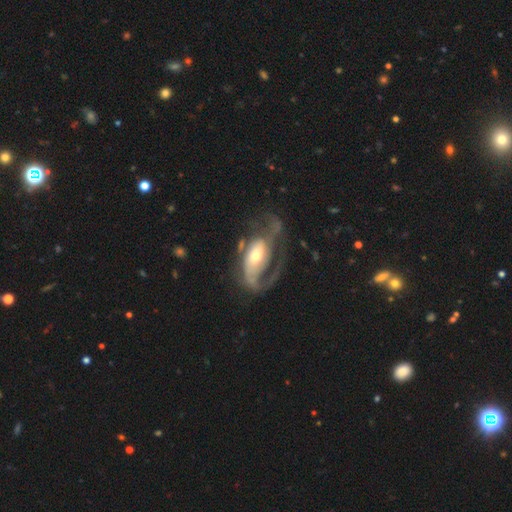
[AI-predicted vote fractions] Smooth or featured? featured or disk (78%)
Edge-on disk? no (95%)
Bar? no (46%)
Spiral arms? yes (87%)
Spiral winding? medium (43%)
Spiral arm count? 2 (41%)
Bulge size? moderate (56%)
Merging? major disturbance (43%)